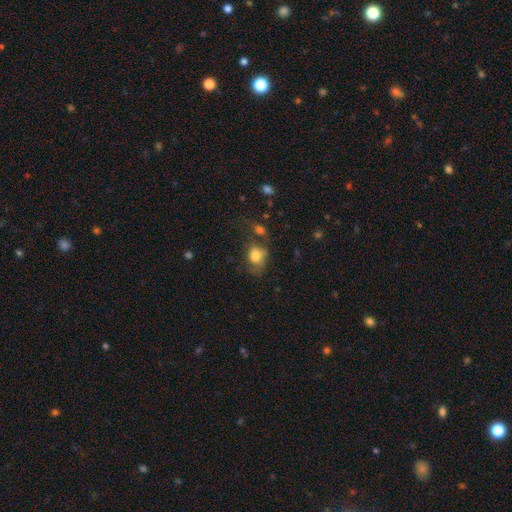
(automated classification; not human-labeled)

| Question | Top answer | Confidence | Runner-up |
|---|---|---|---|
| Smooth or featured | smooth | 76% | featured or disk (15%) |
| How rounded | in between | 50% | round (49%) |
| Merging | none | 38% | minor disturbance (25%) |